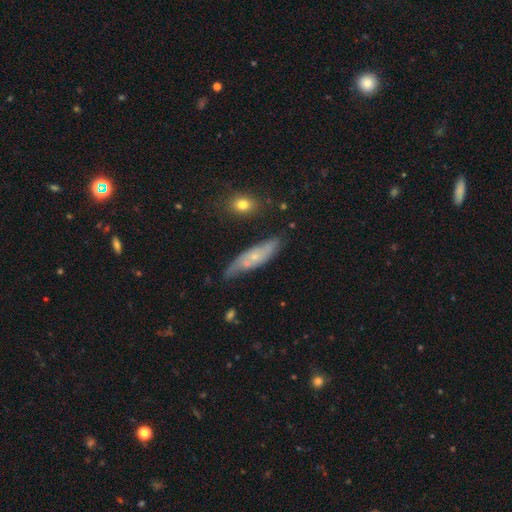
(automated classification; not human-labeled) The model was most divided on "smooth or featured": featured or disk: 51%, smooth: 42%, star or artifact: 8%. More confident: edge-on disk — no (65%); merging — none (61%).